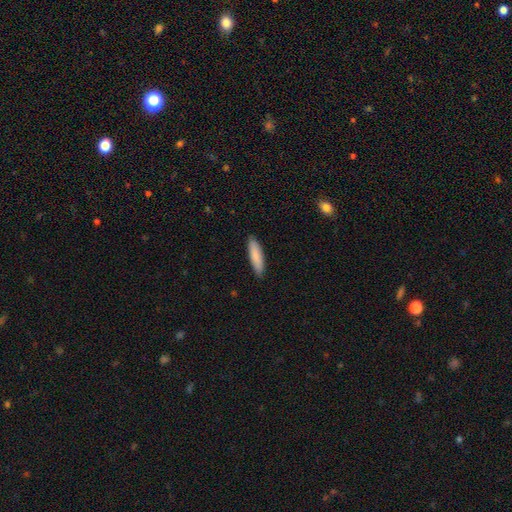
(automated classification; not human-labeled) smooth_or_featured: smooth (p=0.84) [alt: featured or disk p=0.10]
how_rounded: cigar-shaped (p=0.72) [alt: in between p=0.26]
merging: none (p=0.89) [alt: minor disturbance p=0.08]